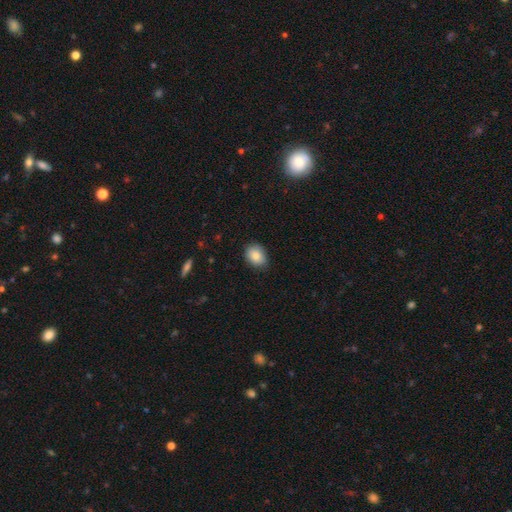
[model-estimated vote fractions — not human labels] Q: Smooth or featured?
A: smooth (86%); runner-up: star or artifact (8%)
Q: How rounded?
A: in between (64%); runner-up: round (35%)
Q: Merging?
A: none (82%); runner-up: minor disturbance (15%)